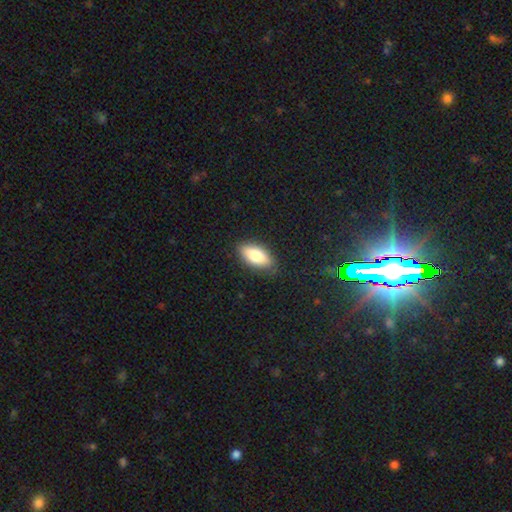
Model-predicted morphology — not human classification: A smooth galaxy with no disk features (78%) that is in between round and cigar-shaped (86%).

Vote fractions:
- Smooth or featured? smooth: 78% / featured or disk: 15% / star or artifact: 7%
- How rounded? in between: 86% / cigar-shaped: 11% / round: 3%
- Merging? none: 85% / minor disturbance: 12% / major disturbance: 3% / merger: 1%